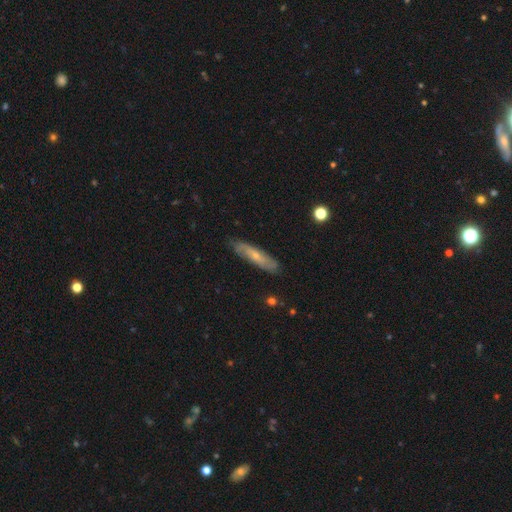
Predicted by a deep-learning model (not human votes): A featured or disk galaxy (52%).

Vote fractions:
- Smooth or featured? featured or disk: 52% / smooth: 41% / star or artifact: 6%
- Edge-on disk? no: 55% / yes: 45%
- Merging? none: 82% / minor disturbance: 14% / major disturbance: 3% / merger: 1%